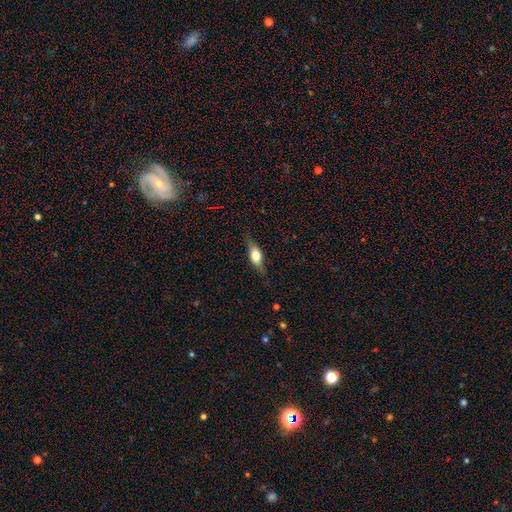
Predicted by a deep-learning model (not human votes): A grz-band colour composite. It shows a smooth galaxy with no disk features (52%) that is in between round and cigar-shaped (62%). Merging: none (77%).